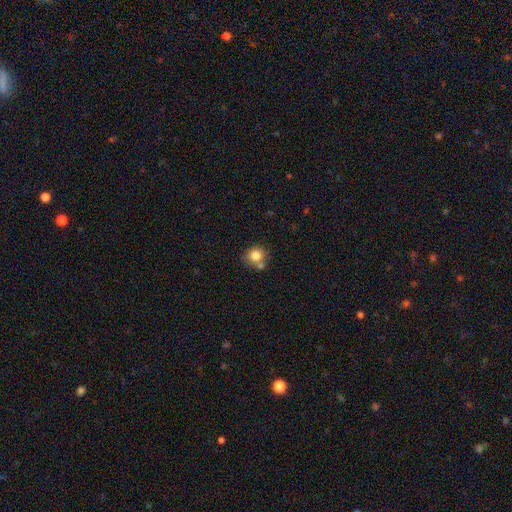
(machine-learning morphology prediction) This appears to be a smooth galaxy with no disk features (80%) that is round (82%). Merging: none (60%).